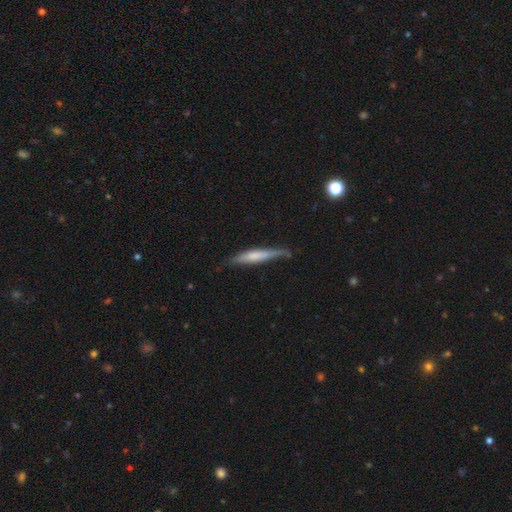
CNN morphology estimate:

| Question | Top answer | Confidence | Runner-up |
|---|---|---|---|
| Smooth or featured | smooth | 55% | featured or disk (40%) |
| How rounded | cigar-shaped | 91% | in between (7%) |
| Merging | none | 66% | minor disturbance (26%) |